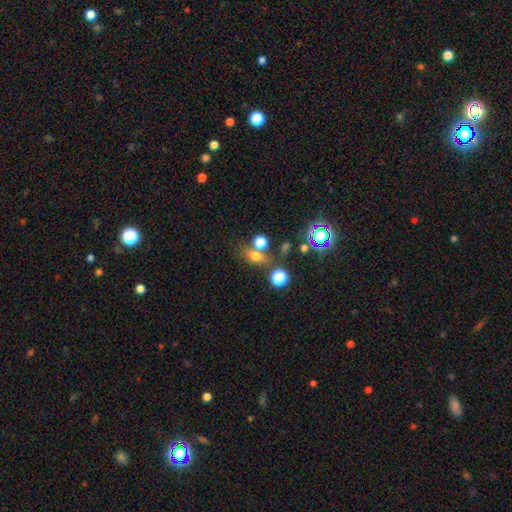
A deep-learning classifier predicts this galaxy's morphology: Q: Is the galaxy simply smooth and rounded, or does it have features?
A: smooth — 64%.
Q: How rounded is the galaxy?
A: in between — 60%.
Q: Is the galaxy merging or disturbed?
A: none — 61%.